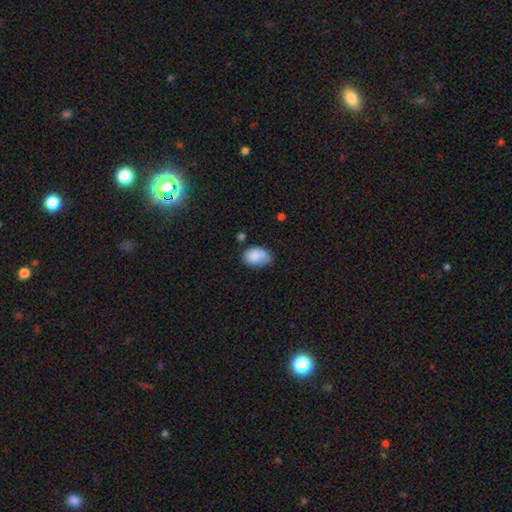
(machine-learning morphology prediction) A smooth galaxy with no disk features (83%) that is in between round and cigar-shaped (84%).

Vote fractions:
- Smooth or featured? smooth: 83% / featured or disk: 9% / star or artifact: 8%
- How rounded? in between: 84% / round: 15% / cigar-shaped: 1%
- Merging? none: 50% / minor disturbance: 35% / major disturbance: 8% / merger: 7%